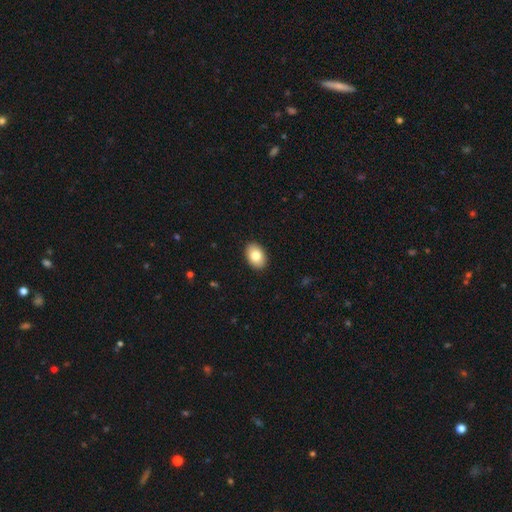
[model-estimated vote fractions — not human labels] Q: Smooth or featured?
A: smooth (82%); runner-up: featured or disk (11%)
Q: How rounded?
A: in between (86%); runner-up: round (13%)
Q: Merging?
A: none (91%); runner-up: minor disturbance (6%)